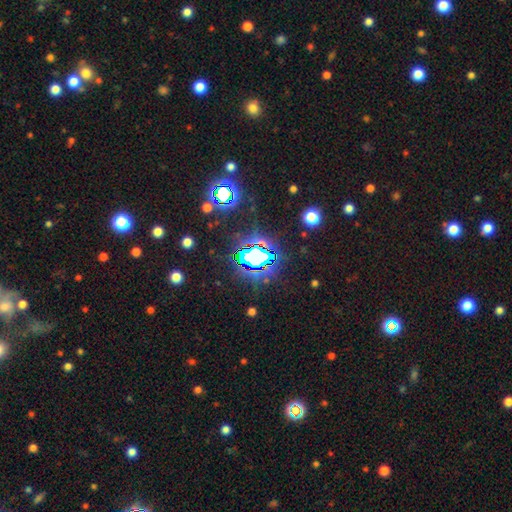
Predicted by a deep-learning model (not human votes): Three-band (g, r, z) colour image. It shows a star or artifact, not a galaxy (74%).